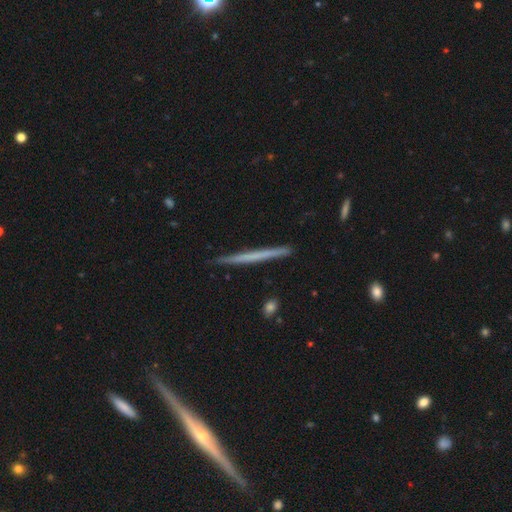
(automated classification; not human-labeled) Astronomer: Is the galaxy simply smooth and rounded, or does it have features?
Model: featured or disk — 50% (runner-up: smooth, 44%).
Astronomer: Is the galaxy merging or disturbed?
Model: none — 91%.